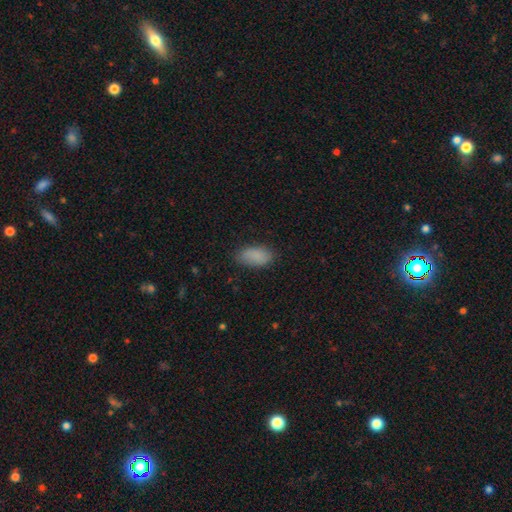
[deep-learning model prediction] Smooth or featured? Predicted: smooth (p=0.88). How rounded? Predicted: in between (p=0.93). Merging? Predicted: none (p=0.80).